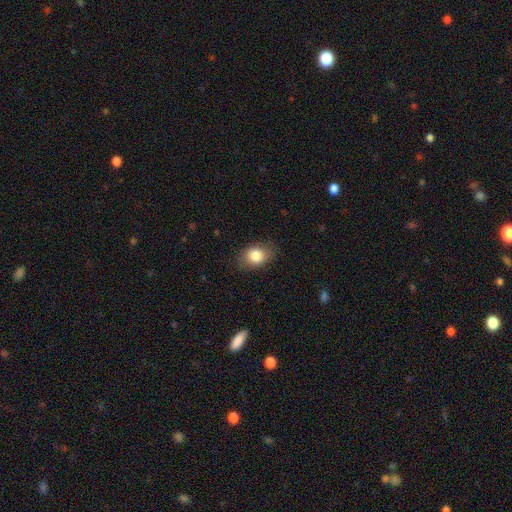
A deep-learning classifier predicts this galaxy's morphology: The model was most divided on "how rounded": in between: 73%, round: 26%, cigar-shaped: 1%. More confident: smooth or featured — smooth (82%); merging — none (81%).